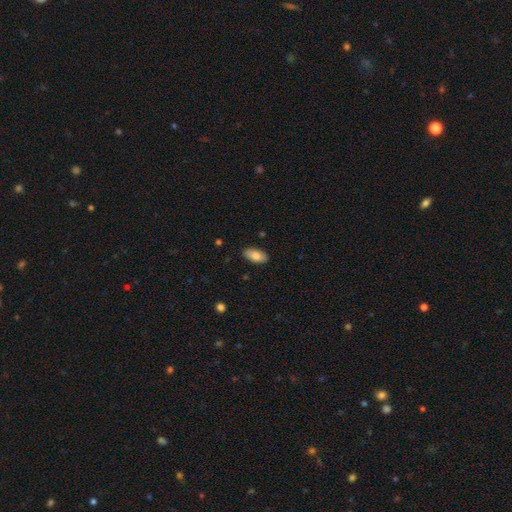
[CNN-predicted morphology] Smooth or featured?
  - smooth: 79% *
  - featured or disk: 14%
  - star or artifact: 6%
How rounded?
  - in between: 93% *
  - cigar-shaped: 4%
  - round: 3%
Merging?
  - none: 88% *
  - minor disturbance: 9%
  - major disturbance: 2%
  - merger: 1%